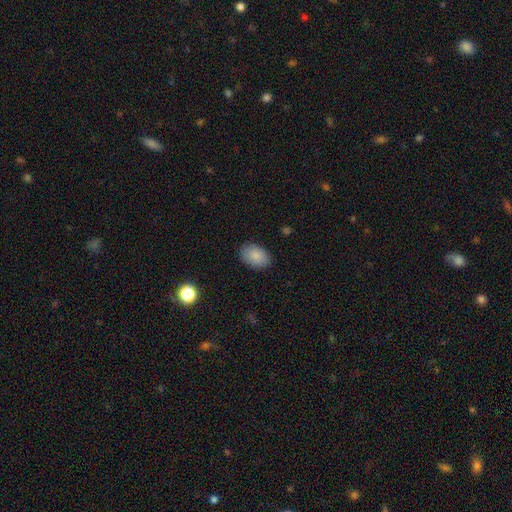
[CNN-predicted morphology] This is clearly a smooth galaxy (86%). How rounded: clearly in between (85%). Merging: clearly none (87%).